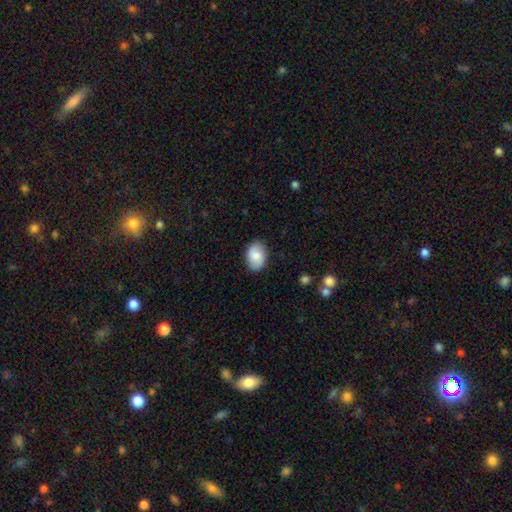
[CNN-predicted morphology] This appears to be a smooth galaxy with no disk features (77%) that is in between round and cigar-shaped (81%). Merging: none (84%).